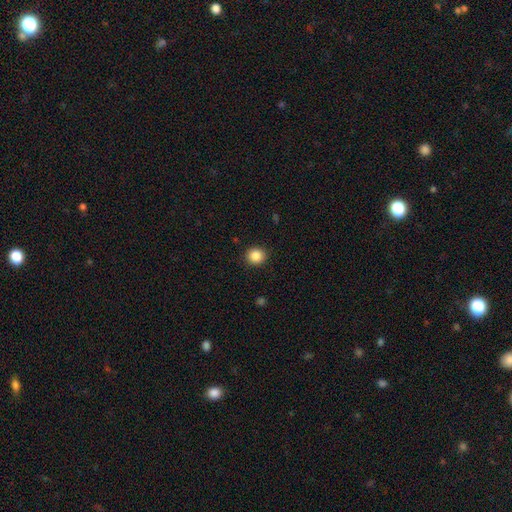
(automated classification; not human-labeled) Smooth or featured: smooth — 86% (star or artifact — 10%)
How rounded: round — 87% (in between — 12%)
Merging: none — 90% (minor disturbance — 7%)